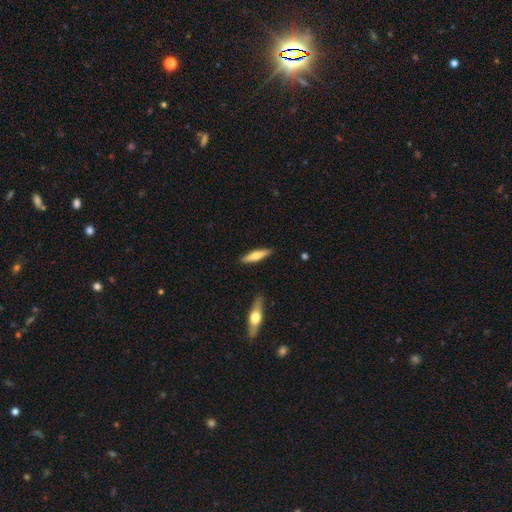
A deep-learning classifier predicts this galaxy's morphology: Overall: smooth (55%; featured or disk 40%). How rounded: cigar-shaped (77%). Merging: none (88%).